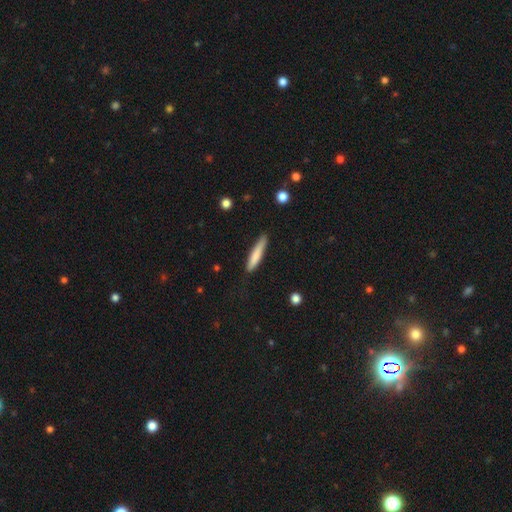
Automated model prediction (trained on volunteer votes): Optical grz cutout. It shows a smooth galaxy with no disk features (77%) that is cigar-shaped (90%). Merging: none (80%).